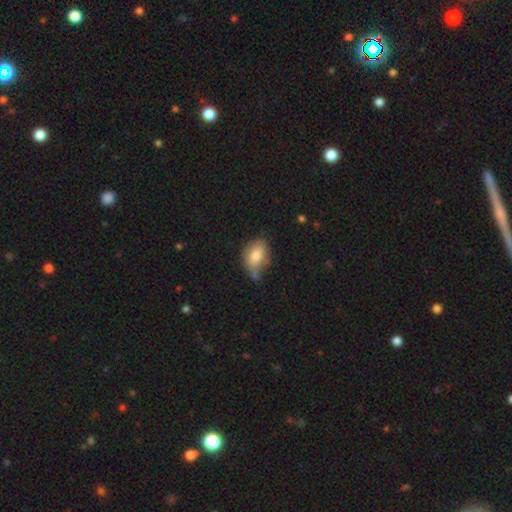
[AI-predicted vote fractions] Smooth or featured? Predicted: smooth (p=0.79). How rounded? Predicted: in between (p=0.81). Merging? Predicted: none (p=0.52).